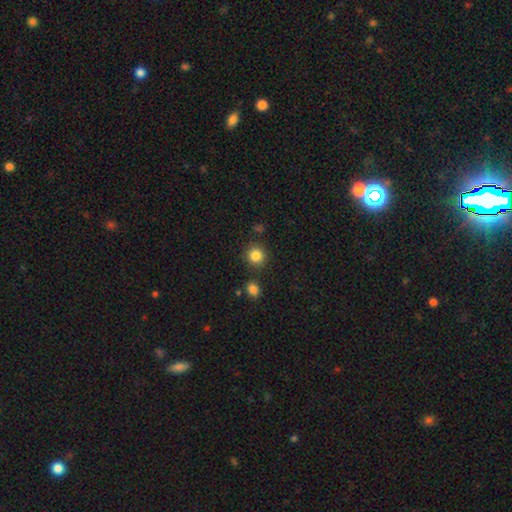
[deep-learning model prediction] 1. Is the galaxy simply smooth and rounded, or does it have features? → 85% smooth, 11% star or artifact, 5% featured or disk.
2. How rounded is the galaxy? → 92% round, 8% in between, 1% cigar-shaped.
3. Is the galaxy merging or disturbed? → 86% none, 7% minor disturbance, 4% merger, 3% major disturbance.